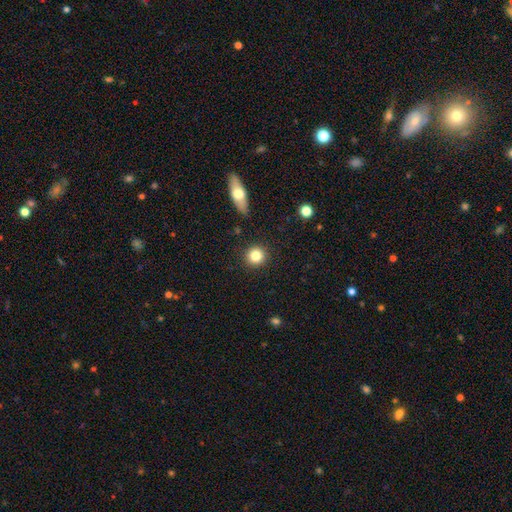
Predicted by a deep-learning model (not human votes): Smooth or featured? Predicted: smooth (p=0.83). How rounded? Predicted: round (p=0.92). Merging? Predicted: none (p=0.90).